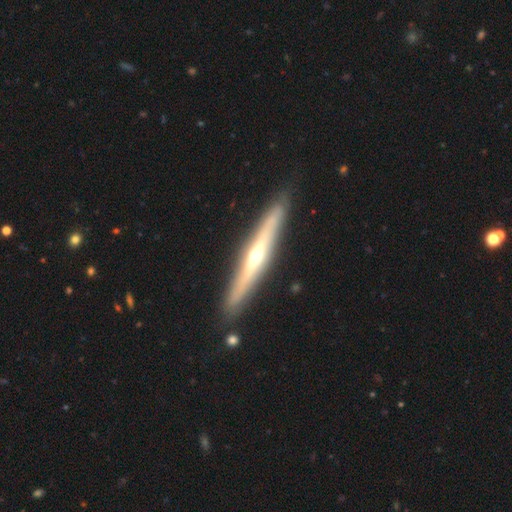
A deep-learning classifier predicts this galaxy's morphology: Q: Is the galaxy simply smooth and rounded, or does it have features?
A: featured or disk — 75%.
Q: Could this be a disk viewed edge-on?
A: yes — 95%.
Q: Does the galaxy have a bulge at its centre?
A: rounded — 83%.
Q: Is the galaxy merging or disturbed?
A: none — 89%.